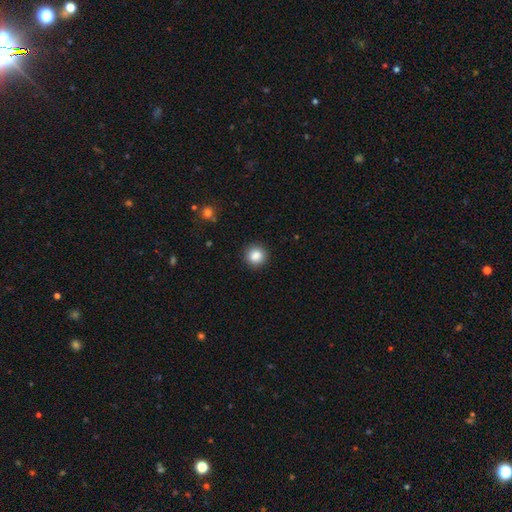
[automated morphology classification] Smooth or featured?
  - smooth: 86% *
  - star or artifact: 10%
  - featured or disk: 4%
How rounded?
  - round: 93% *
  - in between: 6%
  - cigar-shaped: 1%
Merging?
  - none: 91% *
  - minor disturbance: 6%
  - major disturbance: 2%
  - merger: 1%